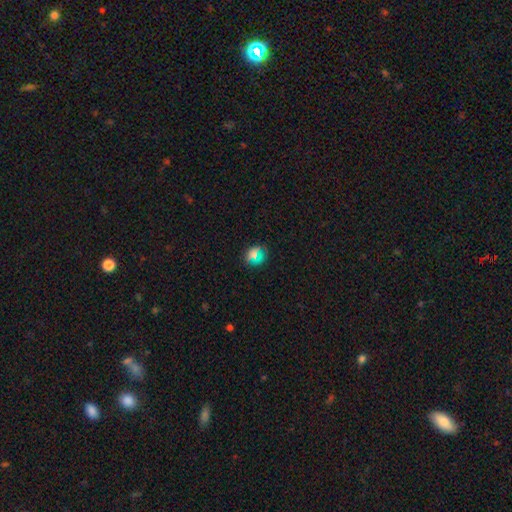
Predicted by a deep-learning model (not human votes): Overall: smooth (66%). How rounded: round (67%; in between 31%). Merging: none (83%).